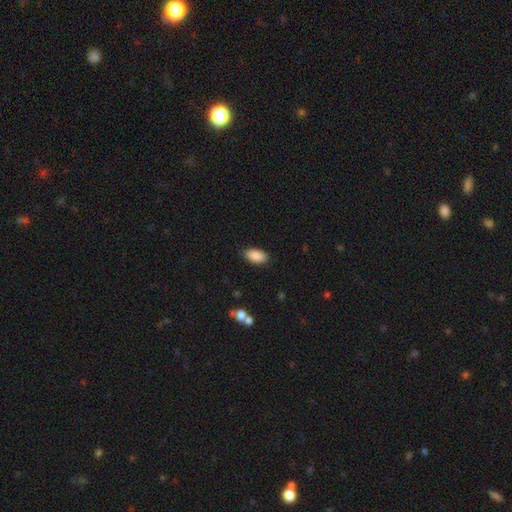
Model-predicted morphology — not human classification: Overall: smooth (89%). How rounded: in between (93%). Merging: none (86%).